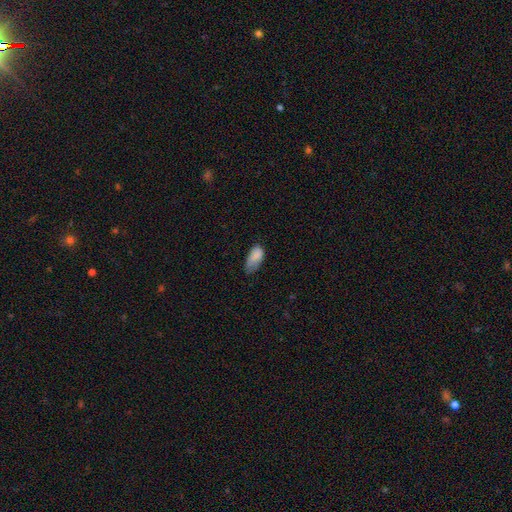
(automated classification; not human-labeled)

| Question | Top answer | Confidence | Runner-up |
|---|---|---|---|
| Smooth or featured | smooth | 83% | featured or disk (8%) |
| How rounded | in between | 93% | cigar-shaped (4%) |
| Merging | minor disturbance | 45% | none (36%) |